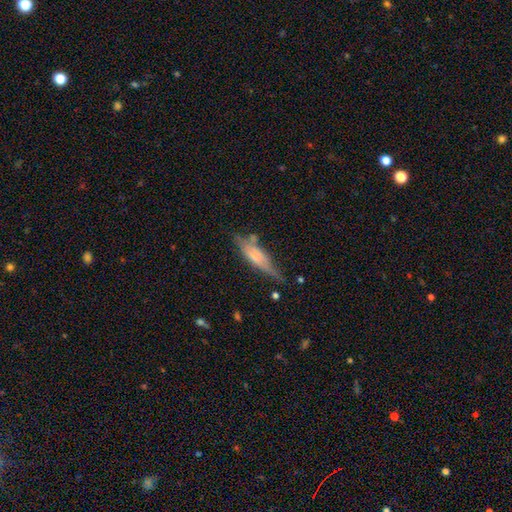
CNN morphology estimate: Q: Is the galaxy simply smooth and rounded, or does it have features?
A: smooth — 48%.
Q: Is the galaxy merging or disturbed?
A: none — 52%.